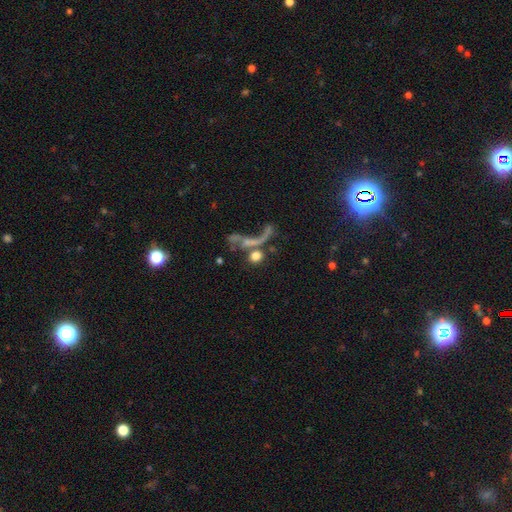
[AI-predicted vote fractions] smooth 64%, featured or disk 23%, star or artifact 13%. Down the decision tree: how rounded — round (75%); merging — none (39%).